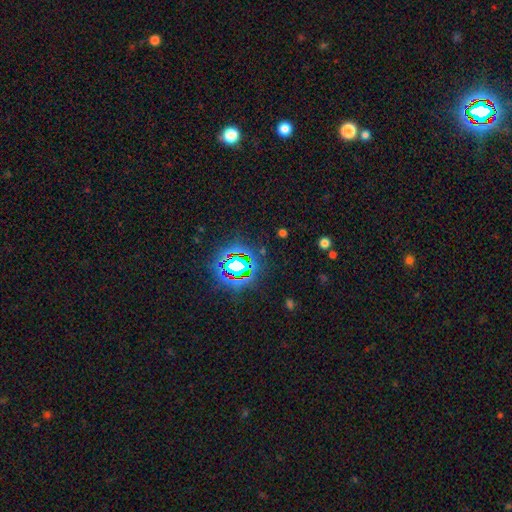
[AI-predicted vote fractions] Morphology: type=star or artifact (80%).